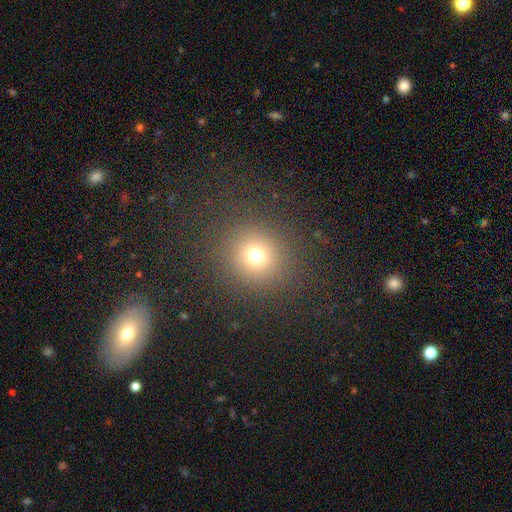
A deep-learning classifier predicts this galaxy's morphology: Smooth or featured? smooth (71%)
How rounded? round (91%)
Merging? none (86%)